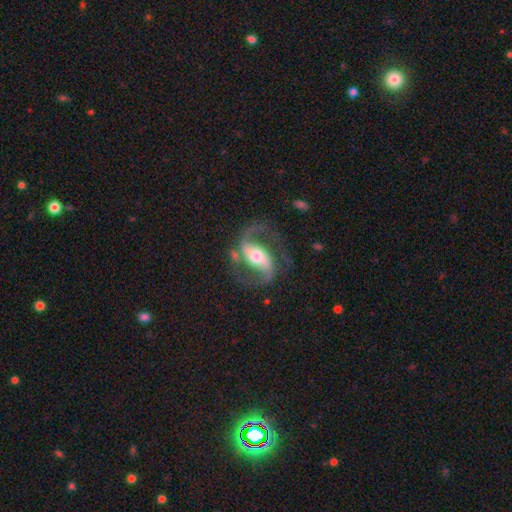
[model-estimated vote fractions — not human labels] This is clearly a featured or disk galaxy (90%). It is clearly not viewed edge-on (97%). Bar: possibly strong (49%). Spiral arm pattern: clearly yes (97%). Spiral arm count: clearly 2 (93%). Spiral winding: possibly medium (52%). Central bulge: possibly moderate (60%). Merging: likely none (73%).